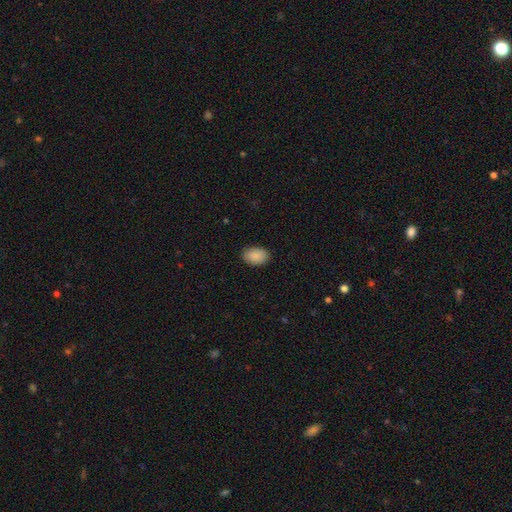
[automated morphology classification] Smooth or featured? Predicted: smooth (p=0.90). How rounded? Predicted: in between (p=0.87). Merging? Predicted: none (p=0.88).